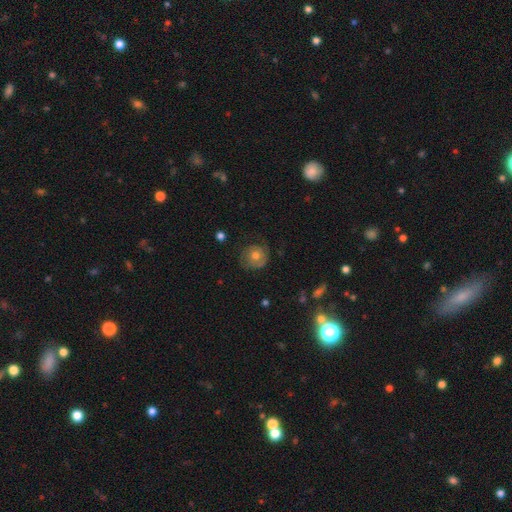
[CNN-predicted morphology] Q: Smooth or featured?
A: smooth (48%); runner-up: featured or disk (44%)
Q: Merging?
A: none (66%); runner-up: minor disturbance (21%)